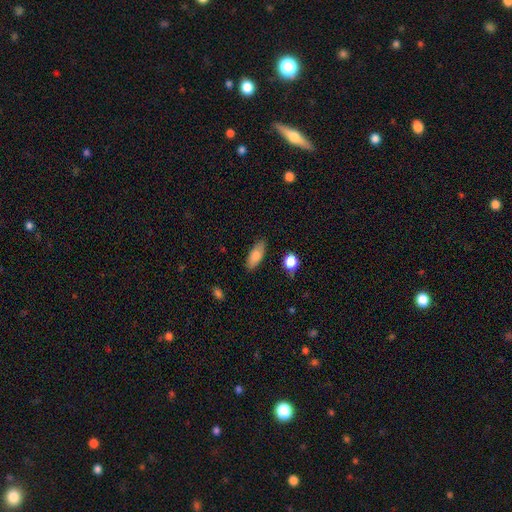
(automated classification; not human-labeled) Q: Smooth or featured?
A: smooth (79%); runner-up: featured or disk (13%)
Q: How rounded?
A: in between (77%); runner-up: cigar-shaped (20%)
Q: Merging?
A: none (84%); runner-up: minor disturbance (12%)